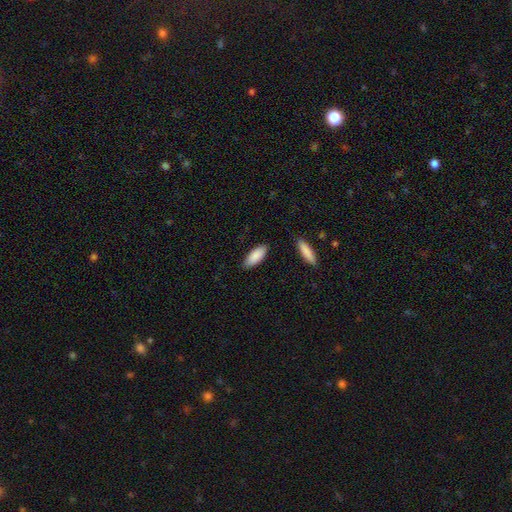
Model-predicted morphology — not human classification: The model was most divided on "how rounded": in between: 76%, cigar-shaped: 23%, round: 1%. More confident: smooth or featured — smooth (88%); merging — none (84%).